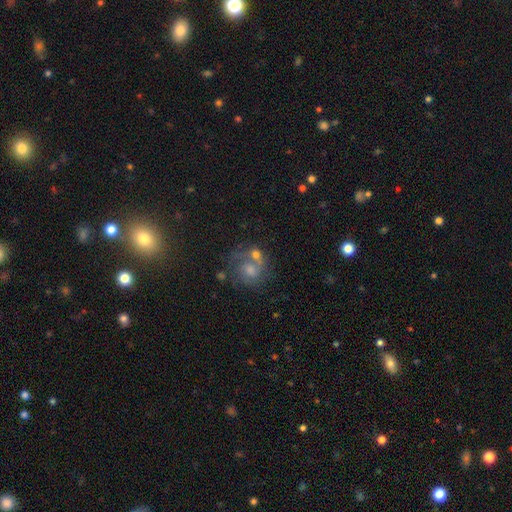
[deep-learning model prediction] Smooth or featured: featured or disk — 59% (smooth — 27%)
Edge-on disk: no — 98% (yes — 2%)
Bar: no — 68% (weak — 28%)
Spiral arms: yes — 78% (no — 22%)
Bulge size: moderate — 47% (small — 27%)
Merging: none — 40% (merger — 34%)